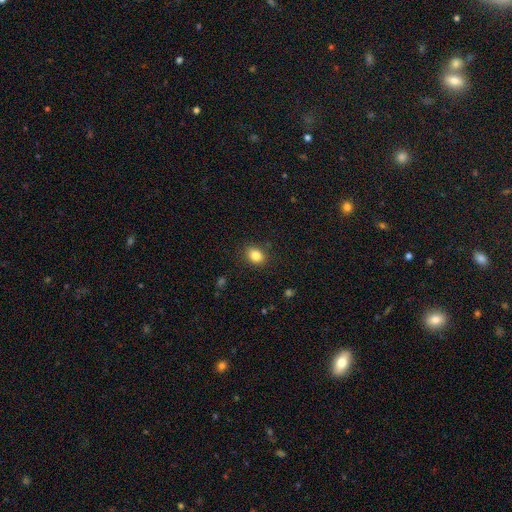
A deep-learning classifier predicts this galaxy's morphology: smooth-or-featured: smooth: 84% | star or artifact: 10% | featured or disk: 6%
  how-rounded: in between: 55% | round: 45% | cigar-shaped: 1%
  merging: none: 87% | minor disturbance: 10% | major disturbance: 3% | merger: 1%